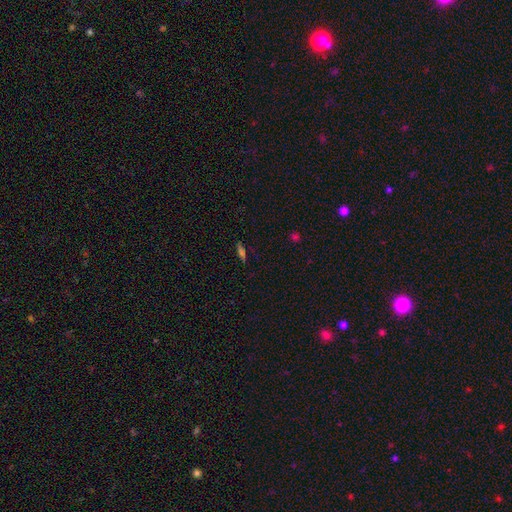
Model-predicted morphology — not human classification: Smooth or featured?
  - smooth: 59% *
  - star or artifact: 24%
  - featured or disk: 18%
How rounded?
  - cigar-shaped: 51% *
  - in between: 42%
  - round: 7%
Merging?
  - none: 84% *
  - minor disturbance: 11%
  - major disturbance: 3%
  - merger: 2%